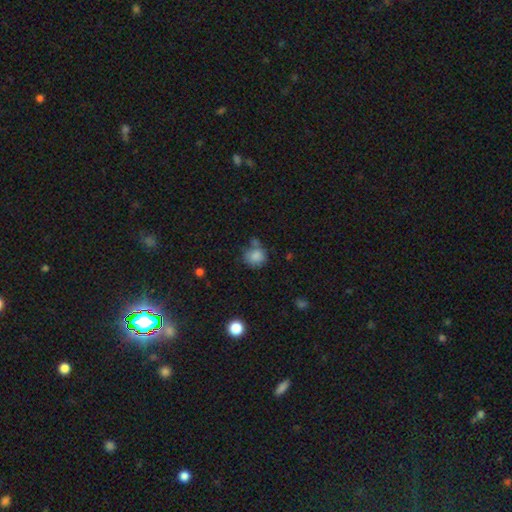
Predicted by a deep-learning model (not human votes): Q: Smooth or featured?
A: smooth (84%); runner-up: star or artifact (10%)
Q: How rounded?
A: round (81%); runner-up: in between (18%)
Q: Merging?
A: none (59%); runner-up: minor disturbance (19%)